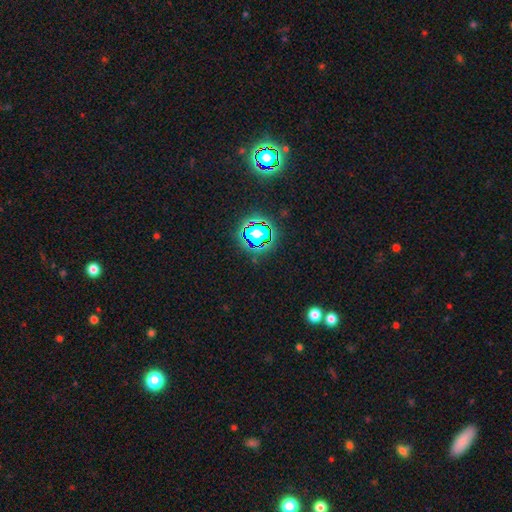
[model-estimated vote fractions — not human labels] Smooth or featured: star or artifact — 80% (smooth — 12%)